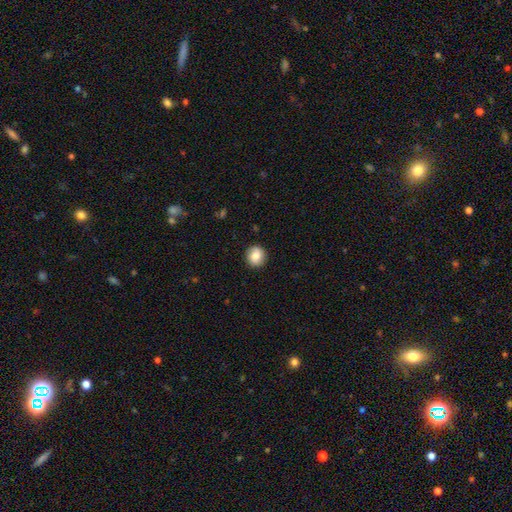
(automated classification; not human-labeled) smooth_or_featured: smooth (p=0.84) [alt: star or artifact p=0.08]
how_rounded: round (p=0.87) [alt: in between p=0.12]
merging: none (p=0.89) [alt: minor disturbance p=0.08]